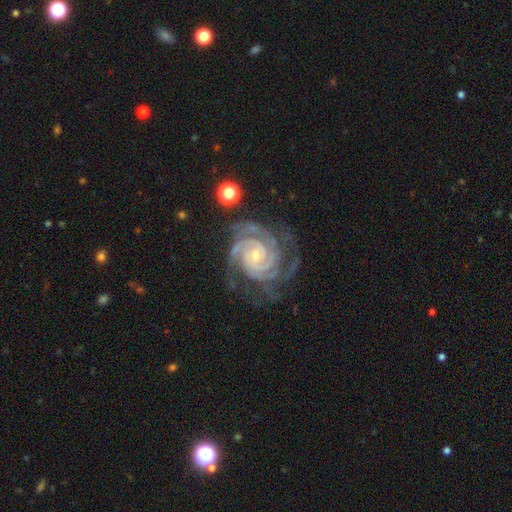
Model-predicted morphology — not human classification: featured or disk 93%, star or artifact 4%, smooth 2%. Down the decision tree: edge-on disk — no (98%); bar — no (61%); spiral arms — yes (99%); spiral arm count — 3 (31%); spiral winding — tight (80%); bulge size — small (70%); merging — none (66%).